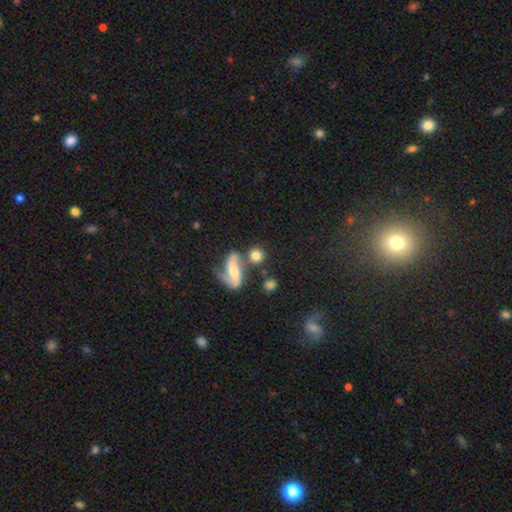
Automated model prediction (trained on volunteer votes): smooth-or-featured: smooth: 69% | featured or disk: 21% | star or artifact: 10%
  how-rounded: round: 82% | in between: 15% | cigar-shaped: 3%
  merging: none: 60% | merger: 21% | minor disturbance: 12% | major disturbance: 7%